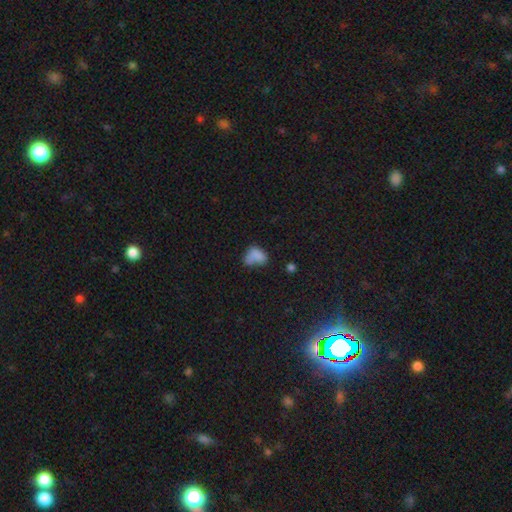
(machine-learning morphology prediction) Smooth or featured? smooth (76%)
How rounded? in between (77%)
Merging? none (33%)